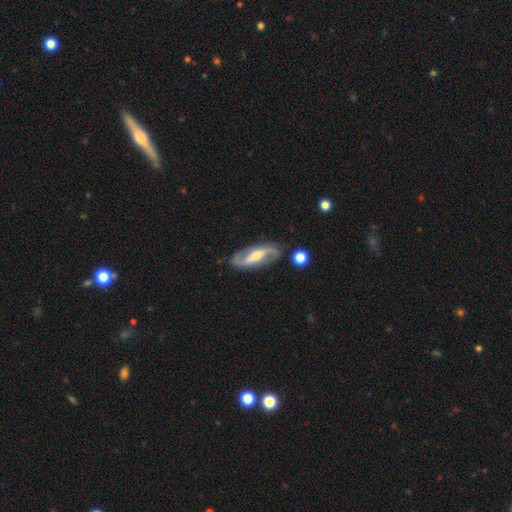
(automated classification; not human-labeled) smooth_or_featured: featured or disk (p=0.83) [alt: smooth p=0.12]
disk_edge_on: no (p=0.91) [alt: yes p=0.09]
bar: strong (p=0.50) [alt: weak p=0.32]
has_spiral_arms: yes (p=0.94) [alt: no p=0.06]
spiral_winding: loose (p=0.44) [alt: medium p=0.39]
spiral_arm_count: 2 (p=0.92) [alt: can't tell p=0.04]
bulge_size: moderate (p=0.56) [alt: small p=0.34]
merging: none (p=0.83) [alt: minor disturbance p=0.11]